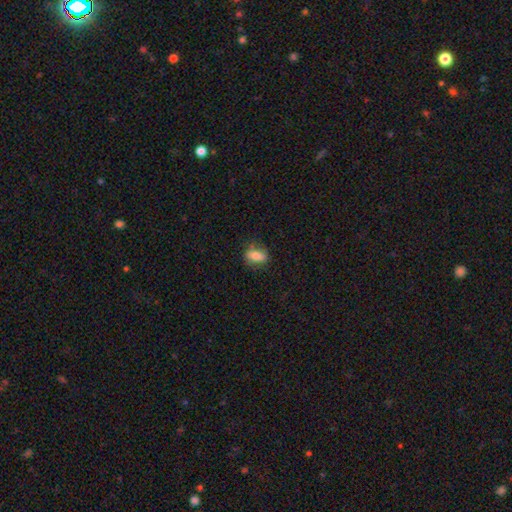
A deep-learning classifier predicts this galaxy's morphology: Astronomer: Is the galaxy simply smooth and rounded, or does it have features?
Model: smooth — 77%.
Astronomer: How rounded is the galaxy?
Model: in between — 80%.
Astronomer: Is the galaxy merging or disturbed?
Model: none — 73%.